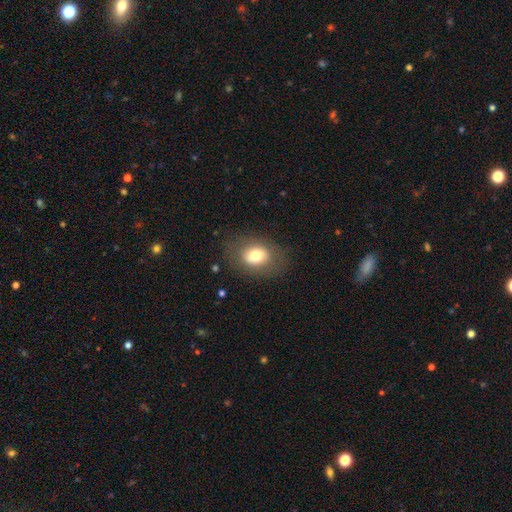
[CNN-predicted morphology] smooth 72%, featured or disk 19%, star or artifact 9%. Down the decision tree: how rounded — in between (68%); merging — none (79%).